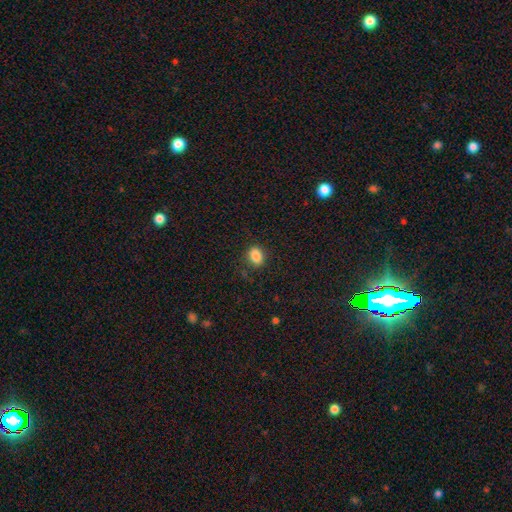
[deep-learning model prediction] Smooth or featured: smooth — 86% (star or artifact — 10%)
How rounded: in between — 67% (round — 31%)
Merging: none — 84% (minor disturbance — 12%)